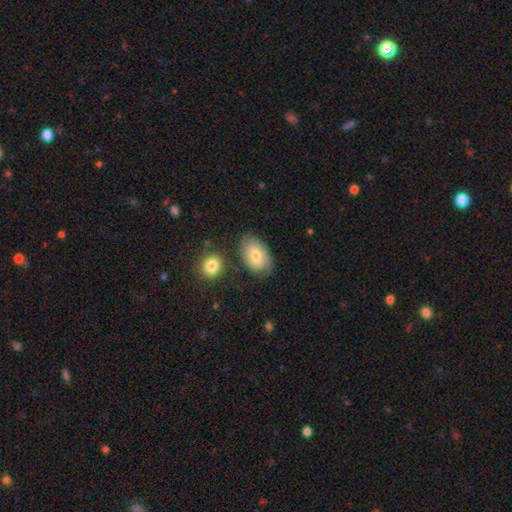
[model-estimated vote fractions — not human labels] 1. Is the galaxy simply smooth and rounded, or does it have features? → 67% smooth, 25% featured or disk, 7% star or artifact.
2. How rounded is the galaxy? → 87% in between, 12% round, 1% cigar-shaped.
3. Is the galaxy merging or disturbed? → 72% none, 18% minor disturbance, 5% major disturbance, 5% merger.